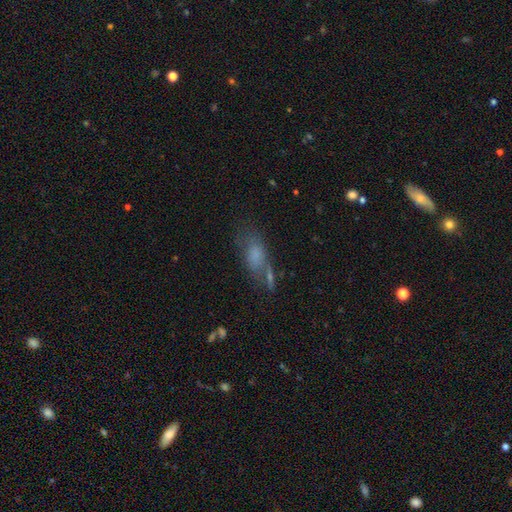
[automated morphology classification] smooth 62%, featured or disk 23%, star or artifact 15%. Down the decision tree: how rounded — in between (74%); merging — none (46%).